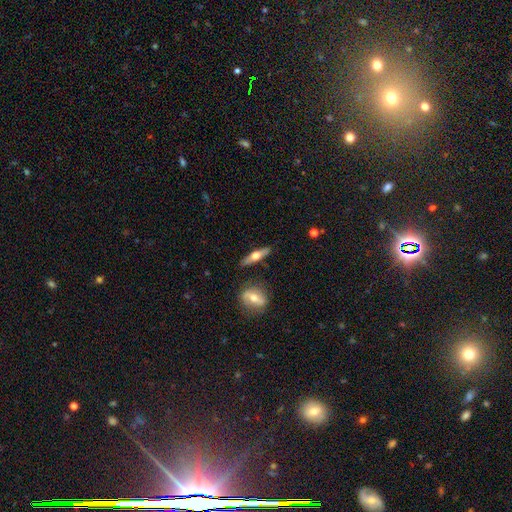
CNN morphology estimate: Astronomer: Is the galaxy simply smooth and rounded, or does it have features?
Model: featured or disk — 53% (runner-up: smooth, 41%).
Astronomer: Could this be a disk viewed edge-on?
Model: yes — 92%.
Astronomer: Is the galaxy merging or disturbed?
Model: none — 83%.